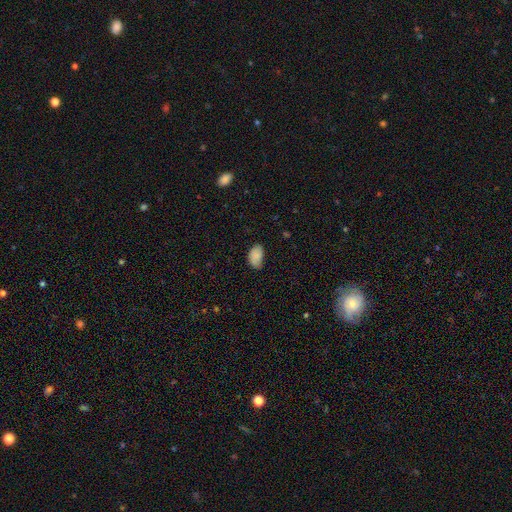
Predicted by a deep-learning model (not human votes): Smooth or featured: smooth — 83% (featured or disk — 8%)
How rounded: in between — 90% (round — 8%)
Merging: none — 58% (minor disturbance — 33%)